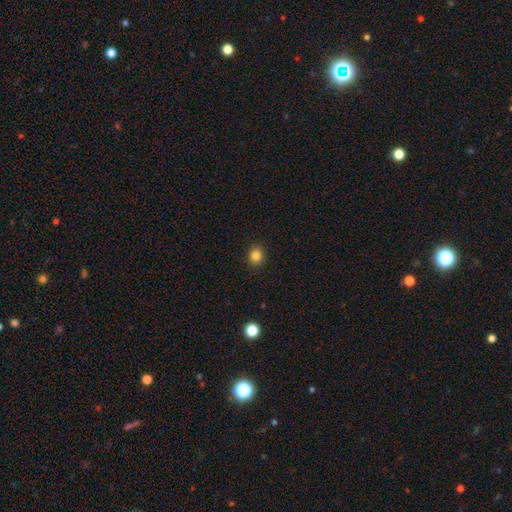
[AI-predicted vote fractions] Smooth or featured? Predicted: smooth (p=0.84). How rounded? Predicted: round (p=0.78). Merging? Predicted: none (p=0.91).